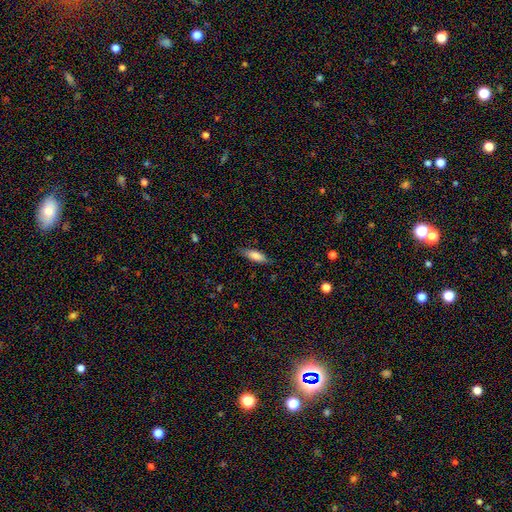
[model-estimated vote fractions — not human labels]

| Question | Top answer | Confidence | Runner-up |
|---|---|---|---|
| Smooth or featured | smooth | 77% | featured or disk (17%) |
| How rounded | in between | 53% | cigar-shaped (45%) |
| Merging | none | 81% | minor disturbance (15%) |